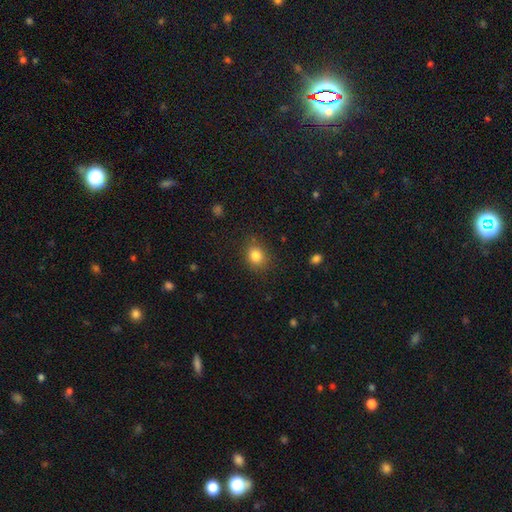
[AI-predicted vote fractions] Smooth or featured? smooth (83%)
How rounded? round (60%)
Merging? none (83%)